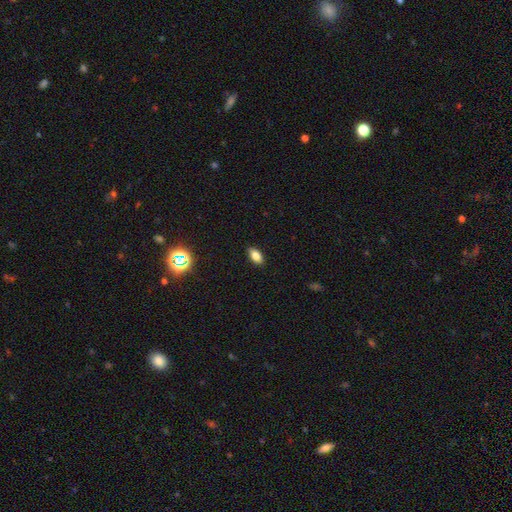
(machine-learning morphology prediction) The model was most divided on "smooth or featured": smooth: 79%, star or artifact: 11%, featured or disk: 10%. More confident: merging — none (89%); how rounded — in between (89%).